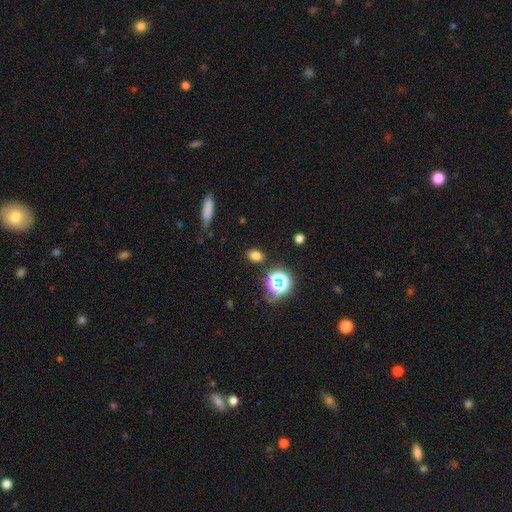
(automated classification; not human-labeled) smooth 74%, star or artifact 20%, featured or disk 6%. Down the decision tree: how rounded — in between (77%); merging — none (84%).